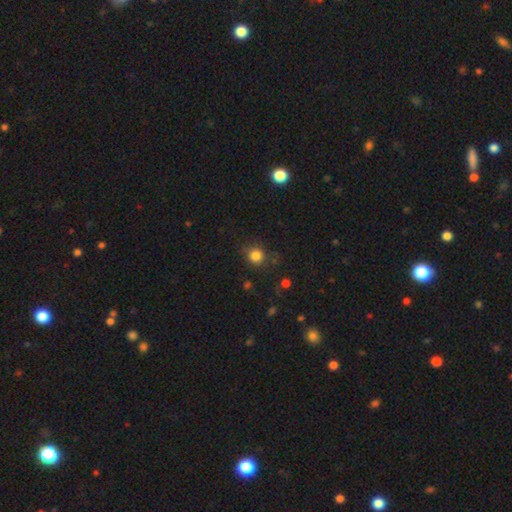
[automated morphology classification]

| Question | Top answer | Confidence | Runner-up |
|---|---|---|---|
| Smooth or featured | smooth | 82% | star or artifact (13%) |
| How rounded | round | 86% | in between (13%) |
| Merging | none | 80% | minor disturbance (13%) |